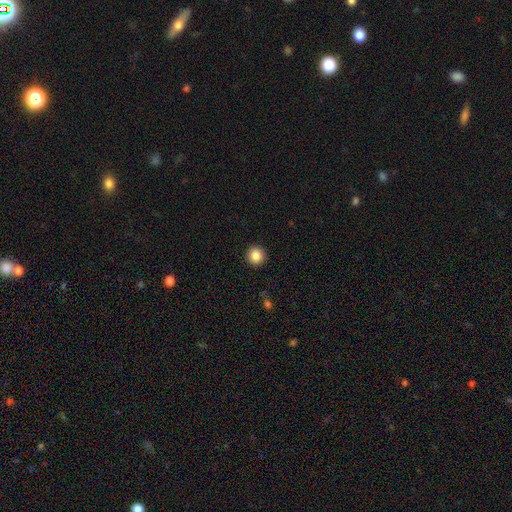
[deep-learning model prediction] A smooth galaxy with no disk features (87%) that is round (95%).

Vote fractions:
- Smooth or featured? smooth: 87% / star or artifact: 10% / featured or disk: 4%
- How rounded? round: 95% / in between: 4% / cigar-shaped: 1%
- Merging? none: 93% / minor disturbance: 5% / major disturbance: 2% / merger: 1%